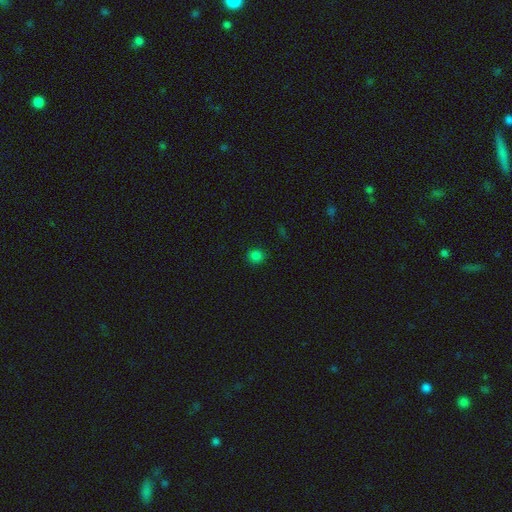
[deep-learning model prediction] This appears to be a smooth galaxy with no disk features (82%) that is round (89%). Merging: none (90%).